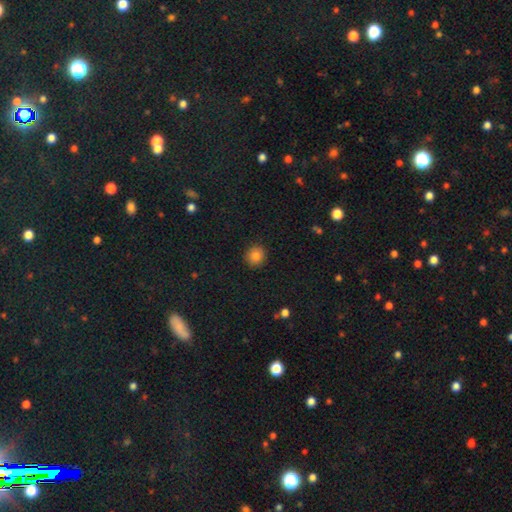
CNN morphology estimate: Smooth or featured? Predicted: smooth (p=0.83). How rounded? Predicted: round (p=0.90). Merging? Predicted: none (p=0.91).